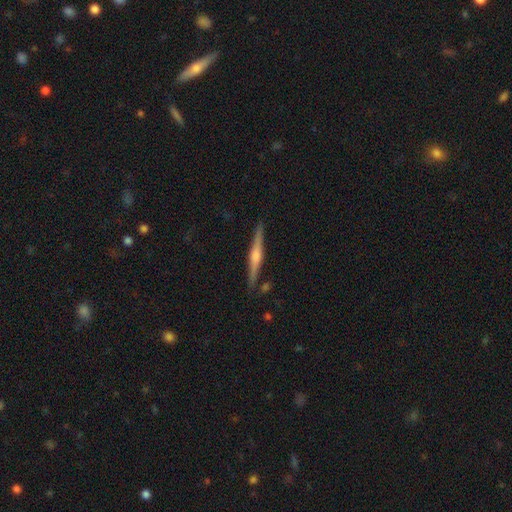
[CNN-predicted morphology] Overall: featured or disk (72%). Edge-on disk: yes (98%). Edge-on bulge: rounded (75%). Merging: none (89%).